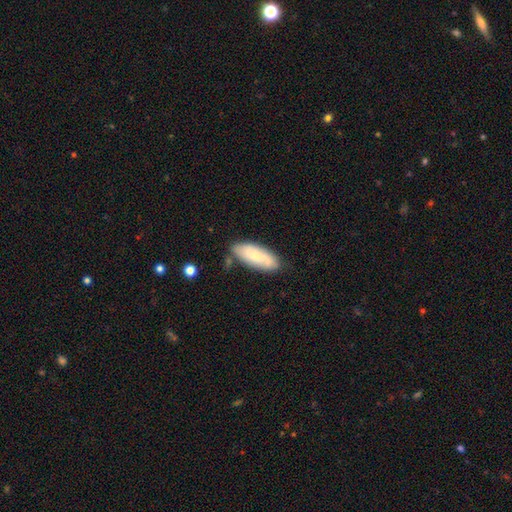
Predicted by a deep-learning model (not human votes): Overall: smooth (66%; featured or disk 28%). How rounded: in between (74%). Merging: none (74%).